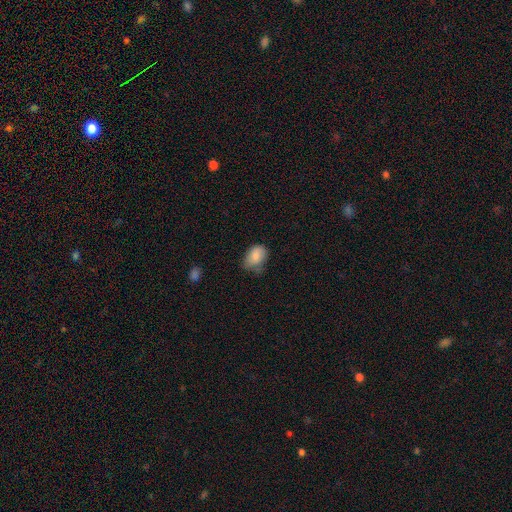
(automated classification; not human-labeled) Overall: smooth (82%). How rounded: in between (78%). Merging: none (47%; minor disturbance 40%).